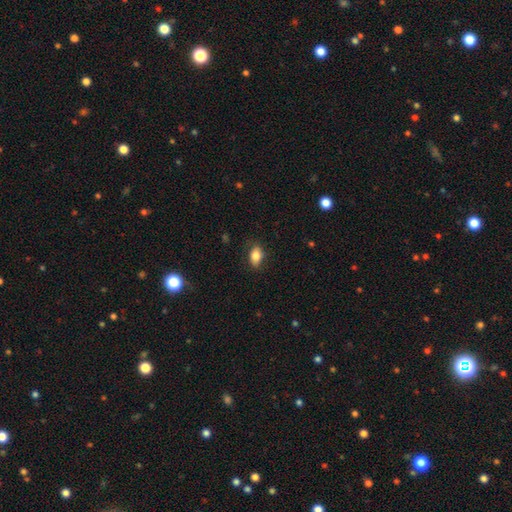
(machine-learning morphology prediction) smooth-or-featured: smooth: 81% | featured or disk: 10% | star or artifact: 8%
  how-rounded: in between: 84% | round: 13% | cigar-shaped: 3%
  merging: none: 79% | minor disturbance: 16% | major disturbance: 4% | merger: 1%